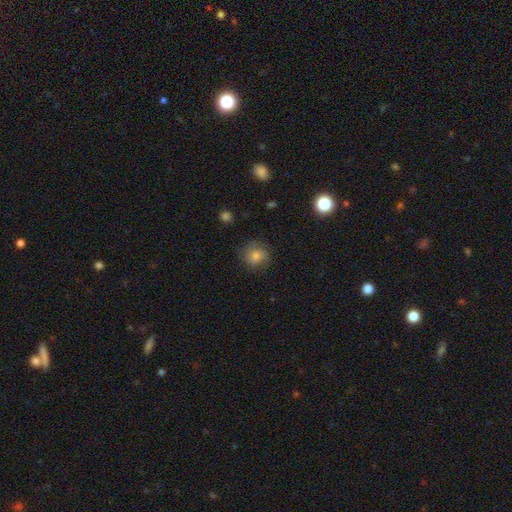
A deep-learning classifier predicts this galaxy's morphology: Smooth or featured? Predicted: smooth (p=0.65). How rounded? Predicted: round (p=0.84). Merging? Predicted: none (p=0.74).